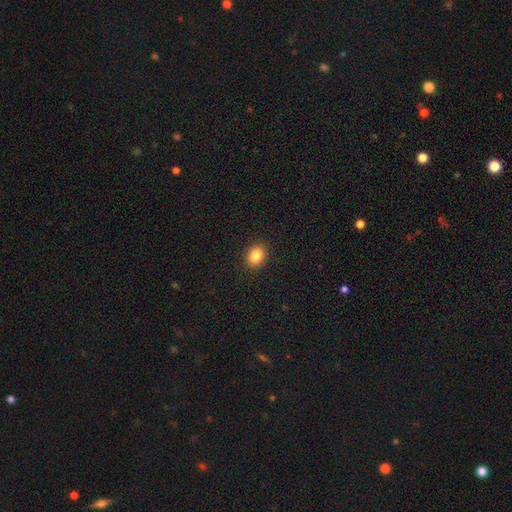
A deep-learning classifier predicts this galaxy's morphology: smooth-or-featured: smooth: 85% | star or artifact: 10% | featured or disk: 5%
  how-rounded: in between: 52% | round: 47% | cigar-shaped: 1%
  merging: none: 90% | minor disturbance: 7% | major disturbance: 2% | merger: 1%